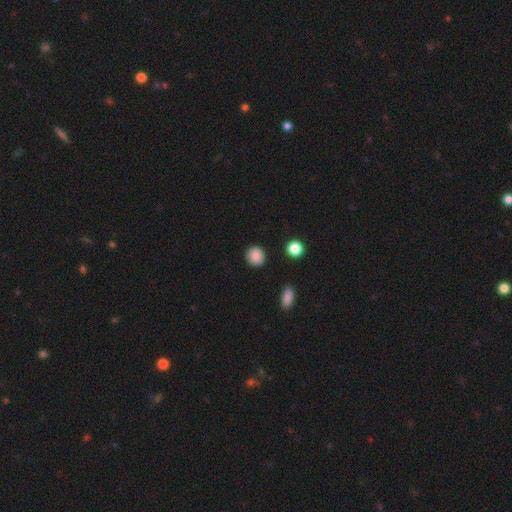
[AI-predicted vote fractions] The model was most divided on "how rounded": round: 85%, in between: 14%, cigar-shaped: 1%. More confident: merging — none (90%); smooth or featured — smooth (88%).